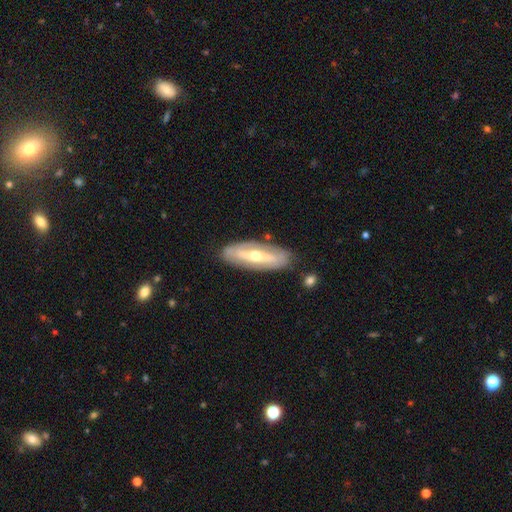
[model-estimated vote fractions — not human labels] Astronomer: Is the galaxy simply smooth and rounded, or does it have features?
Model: featured or disk — 70%.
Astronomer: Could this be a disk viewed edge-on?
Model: no — 70%.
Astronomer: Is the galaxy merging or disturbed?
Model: none — 83%.